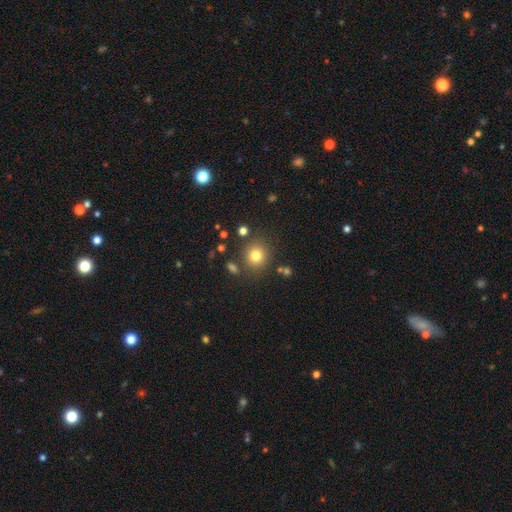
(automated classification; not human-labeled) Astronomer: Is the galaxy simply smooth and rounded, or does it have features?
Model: smooth — 78%.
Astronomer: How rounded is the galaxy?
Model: round — 88%.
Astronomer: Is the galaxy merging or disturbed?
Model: none — 83%.